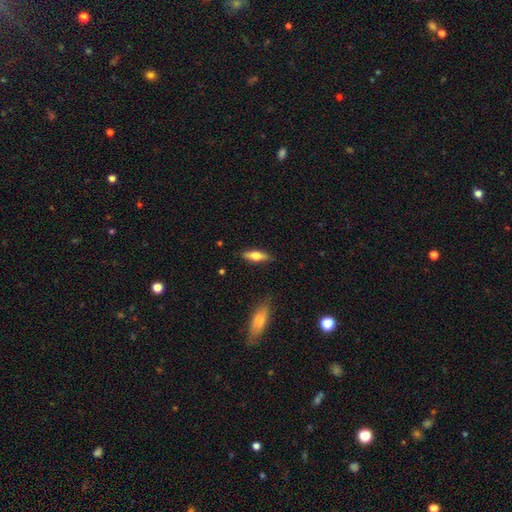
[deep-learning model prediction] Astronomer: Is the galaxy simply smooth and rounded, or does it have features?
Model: smooth — 52% (runner-up: featured or disk, 42%).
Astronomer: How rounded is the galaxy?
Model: cigar-shaped — 50% (runner-up: in between, 48%).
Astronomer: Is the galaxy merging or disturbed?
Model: none — 85%.